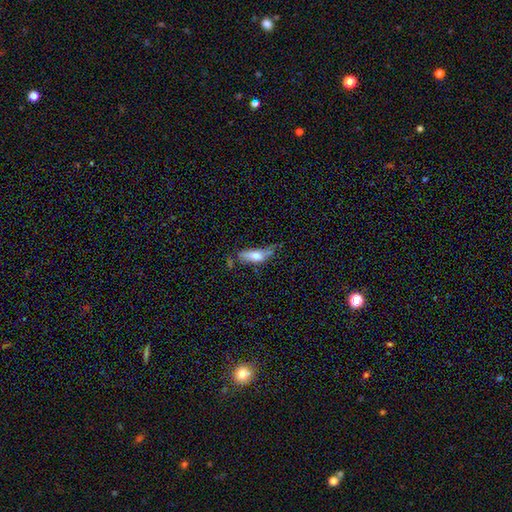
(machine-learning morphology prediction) A smooth galaxy with no disk features (64%) that is in between round and cigar-shaped (62%). Merging: none (38%).